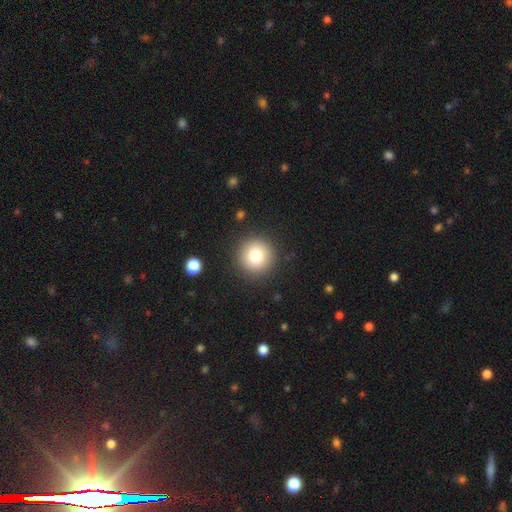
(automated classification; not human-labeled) Q: Smooth or featured?
A: smooth (79%); runner-up: featured or disk (11%)
Q: How rounded?
A: round (95%); runner-up: in between (4%)
Q: Merging?
A: none (90%); runner-up: minor disturbance (6%)